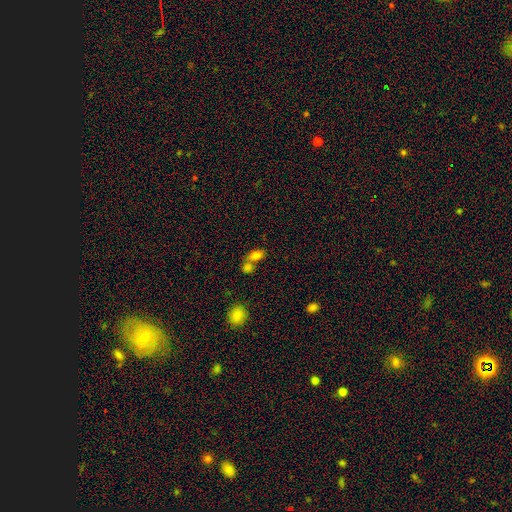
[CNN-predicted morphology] Smooth or featured? smooth (79%)
How rounded? in between (78%)
Merging? merger (51%)